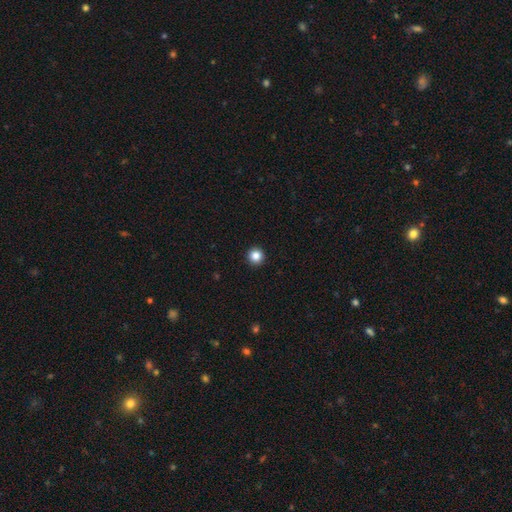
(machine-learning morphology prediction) Smooth or featured?
  - smooth: 86% *
  - star or artifact: 11%
  - featured or disk: 3%
How rounded?
  - round: 96% *
  - in between: 3%
  - cigar-shaped: 1%
Merging?
  - none: 94% *
  - minor disturbance: 4%
  - major disturbance: 1%
  - merger: 1%